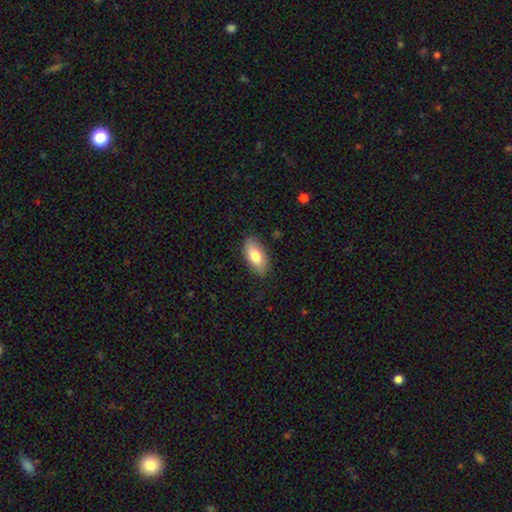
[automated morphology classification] The model was most divided on "smooth or featured": smooth: 78%, featured or disk: 16%, star or artifact: 6%. More confident: how rounded — in between (90%); merging — none (83%).